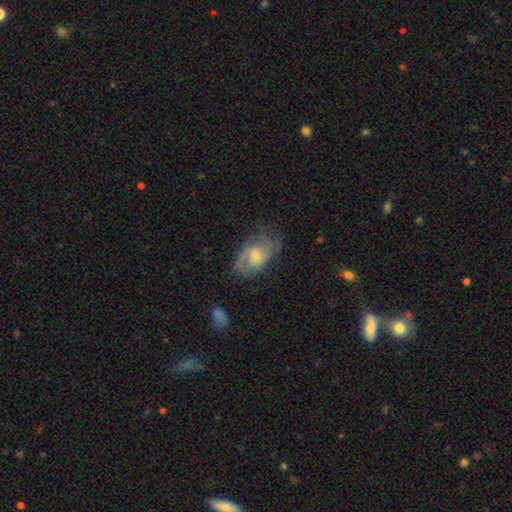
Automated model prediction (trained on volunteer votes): smooth-or-featured: featured or disk: 64% | smooth: 29% | star or artifact: 7%
  disk-edge-on: no: 96% | yes: 4%
    bar: no: 61% | weak: 35% | strong: 5%
    has-spiral-arms: yes: 83% | no: 17%
      spiral-winding: medium: 46% | tight: 29% | loose: 24%
      spiral-arm-count: 2: 51% | can't tell: 28% | 1: 9% | 3: 8% | 4: 2% | more than 4: 2%
    bulge-size: small: 46% | moderate: 44% | none: 5% | large: 4% | dominant: 1%
  merging: none: 54% | minor disturbance: 26% | major disturbance: 18% | merger: 2%